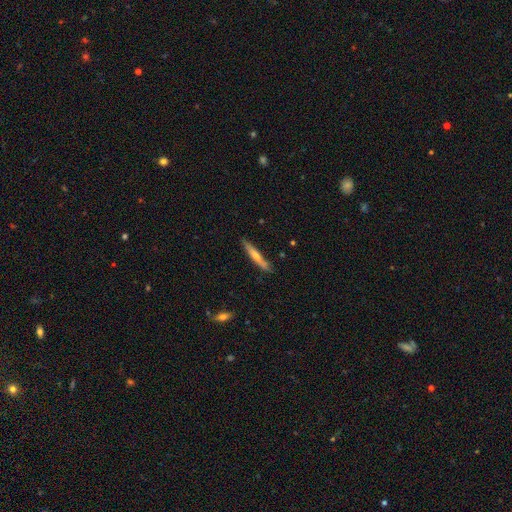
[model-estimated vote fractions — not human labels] featured or disk 50%, smooth 44%, star or artifact 6%. Down the decision tree: merging — none (84%).